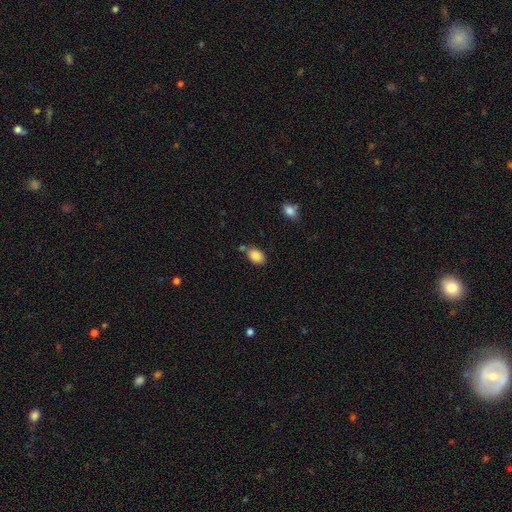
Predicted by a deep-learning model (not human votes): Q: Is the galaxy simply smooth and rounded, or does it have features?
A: smooth — 85%.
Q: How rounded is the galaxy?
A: in between — 87%.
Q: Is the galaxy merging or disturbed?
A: none — 70%.